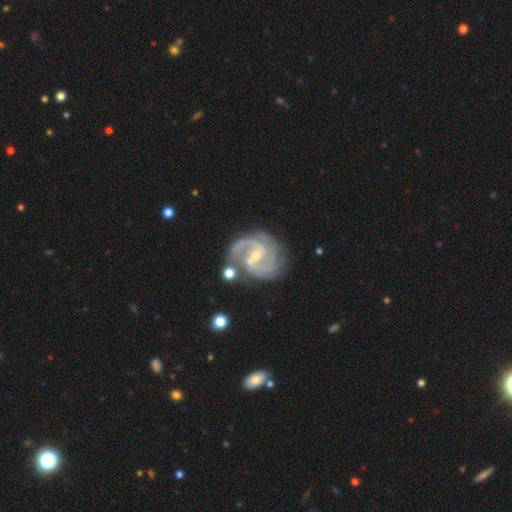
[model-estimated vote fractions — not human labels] featured or disk 91%, star or artifact 5%, smooth 4%. Down the decision tree: edge-on disk — no (98%); bar — weak (50%); spiral arms — yes (98%); spiral arm count — 2 (62%); spiral winding — medium (53%); bulge size — small (72%); merging — none (64%).